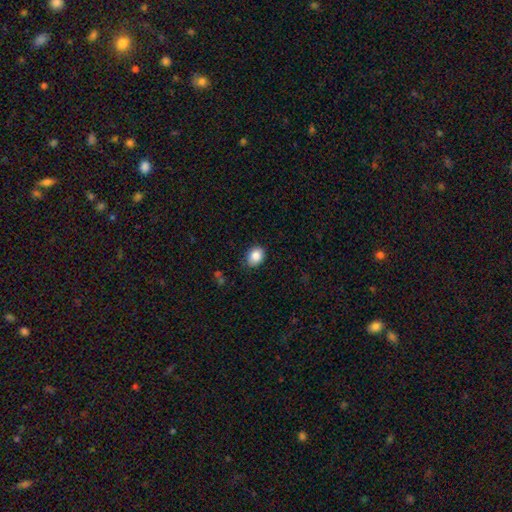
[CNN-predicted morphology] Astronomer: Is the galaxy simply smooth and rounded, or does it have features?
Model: smooth — 86%.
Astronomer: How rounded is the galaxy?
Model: in between — 59% (runner-up: round, 40%).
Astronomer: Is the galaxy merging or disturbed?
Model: none — 84%.